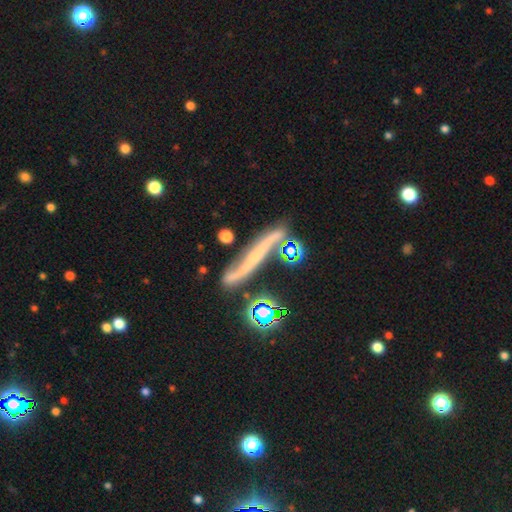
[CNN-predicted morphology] A featured or disk galaxy (61%) viewed edge-on (71%).

Vote fractions:
- Smooth or featured? featured or disk: 61% / smooth: 24% / star or artifact: 15%
- Edge-on disk? yes: 71% / no: 29%
- Merging? none: 59% / minor disturbance: 20% / merger: 12% / major disturbance: 9%